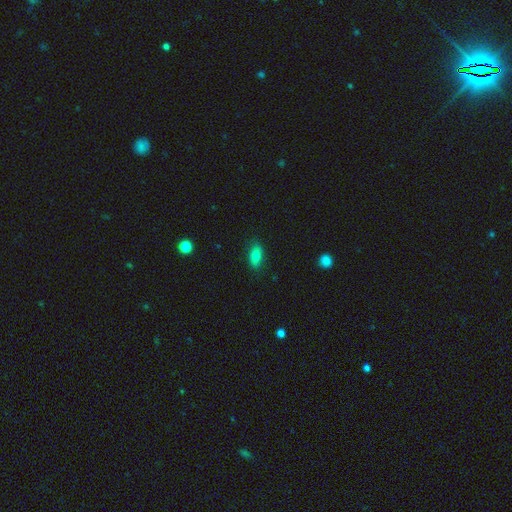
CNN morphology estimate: Overall: smooth (79%). How rounded: in between (85%). Merging: none (83%).